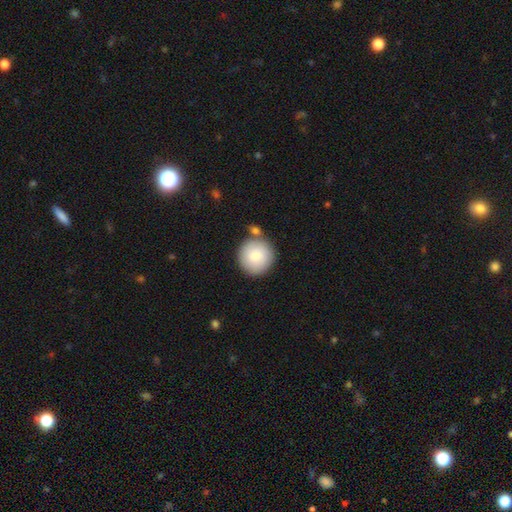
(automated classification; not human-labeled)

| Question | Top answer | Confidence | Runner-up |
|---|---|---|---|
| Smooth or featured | smooth | 81% | featured or disk (12%) |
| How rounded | round | 95% | in between (4%) |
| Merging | none | 74% | merger (12%) |